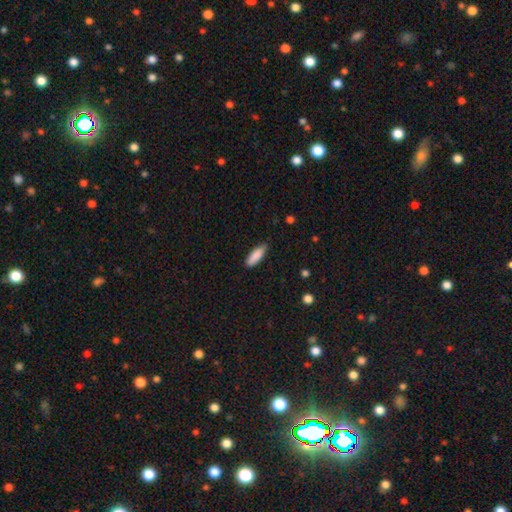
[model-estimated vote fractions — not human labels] smooth 86%, featured or disk 8%, star or artifact 6%. Down the decision tree: how rounded — in between (57%); merging — none (79%).